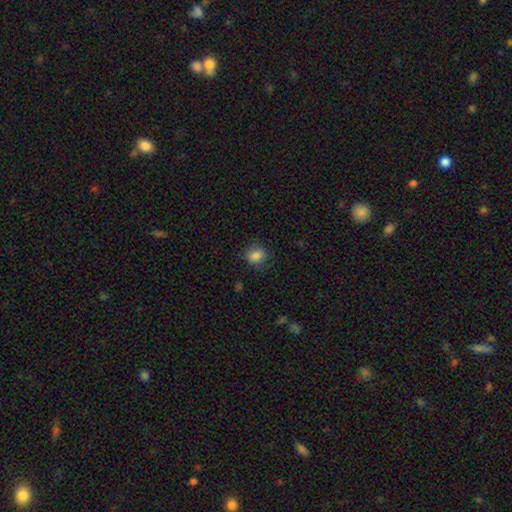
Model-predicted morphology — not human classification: This is clearly a smooth galaxy (84%). How rounded: possibly round (55%). Merging: clearly none (81%).